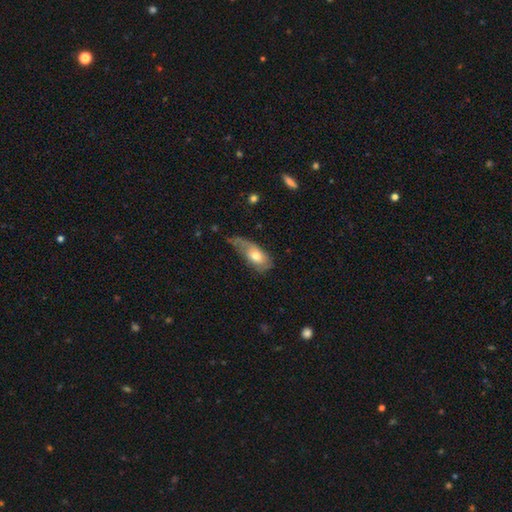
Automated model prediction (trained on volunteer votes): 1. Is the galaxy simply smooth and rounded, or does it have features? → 63% smooth, 30% featured or disk, 6% star or artifact.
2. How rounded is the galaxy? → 85% in between, 10% cigar-shaped, 5% round.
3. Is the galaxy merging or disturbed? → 37% minor disturbance, 30% major disturbance, 29% none, 4% merger.